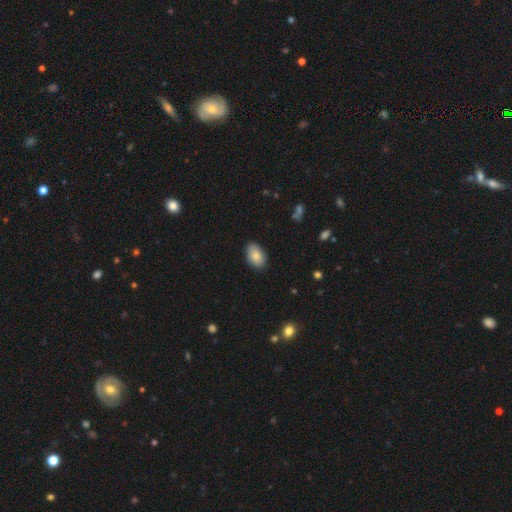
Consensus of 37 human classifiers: Volunteers were most divided on "merging": none: 75%, minor disturbance: 19%, major disturbance: 6%, merger: 0%. More confident: how rounded — in between (97%); smooth or featured — smooth (92%).